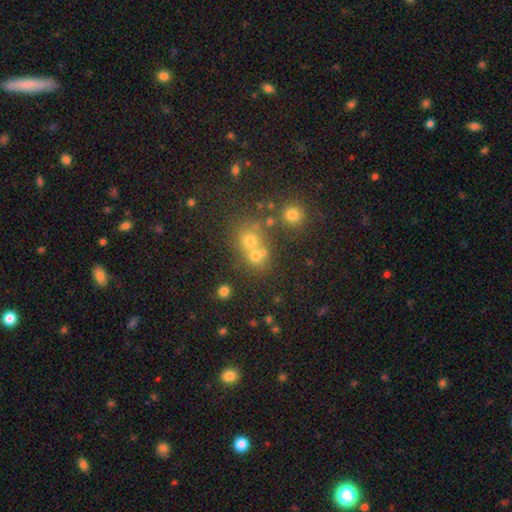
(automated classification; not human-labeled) A smooth galaxy with no disk features (64%) that is round (79%).

Vote fractions:
- Smooth or featured? smooth: 64% / star or artifact: 22% / featured or disk: 14%
- How rounded? round: 79% / in between: 20% / cigar-shaped: 1%
- Merging? none: 46% / merger: 42% / minor disturbance: 8% / major disturbance: 5%